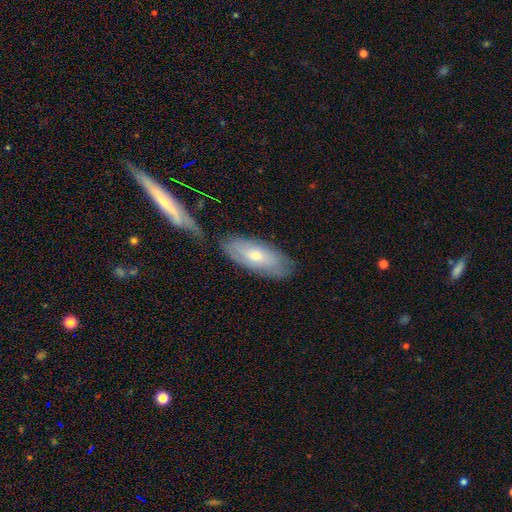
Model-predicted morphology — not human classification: Smooth or featured: smooth — 51% (featured or disk — 43%)
How rounded: in between — 78% (cigar-shaped — 19%)
Merging: none — 64% (minor disturbance — 19%)